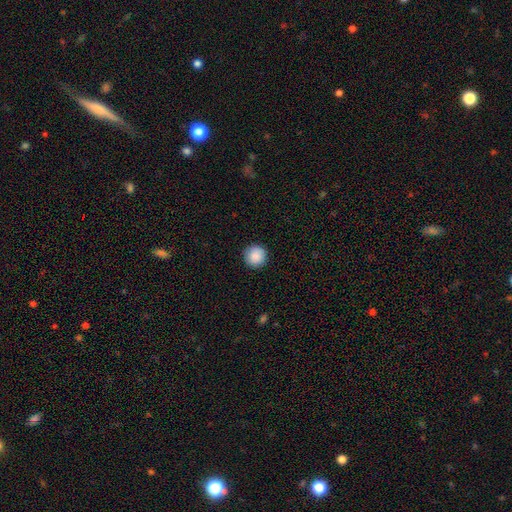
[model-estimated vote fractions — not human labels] Smooth or featured: smooth — 89% (star or artifact — 8%)
How rounded: round — 96% (in between — 3%)
Merging: none — 91% (minor disturbance — 6%)